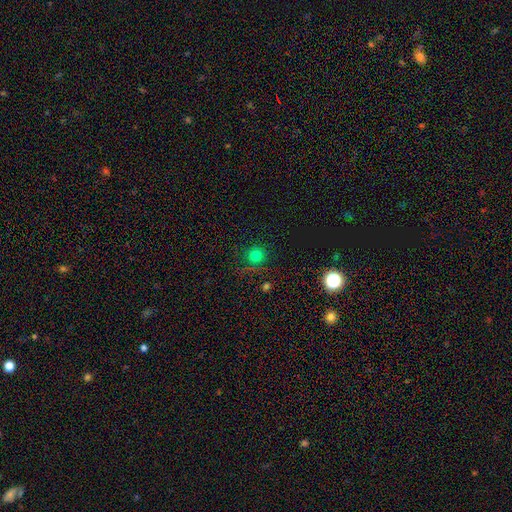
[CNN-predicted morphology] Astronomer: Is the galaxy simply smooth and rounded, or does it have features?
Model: smooth — 71%.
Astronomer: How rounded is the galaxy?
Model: round — 93%.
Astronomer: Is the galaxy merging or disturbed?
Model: none — 83%.